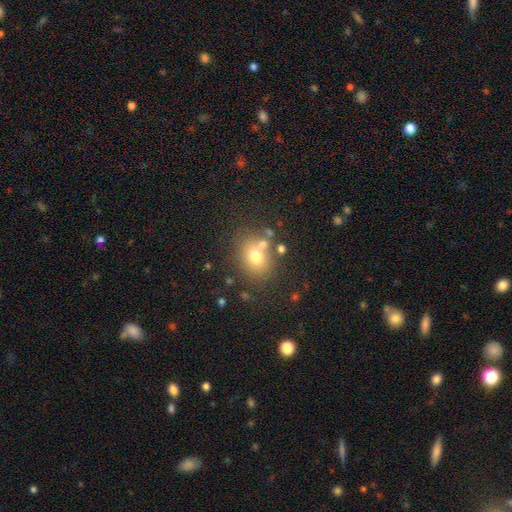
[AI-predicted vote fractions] Morphology: type=smooth (71%); roundness=round (54%); merging=none (70%).